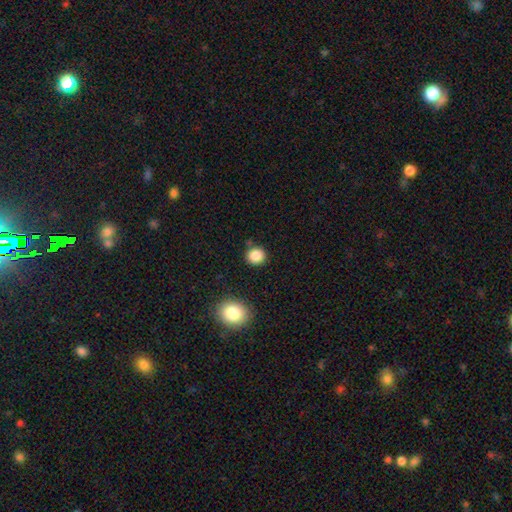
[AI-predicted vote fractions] A smooth galaxy with no disk features (86%) that is round (89%). Merging: none (85%).